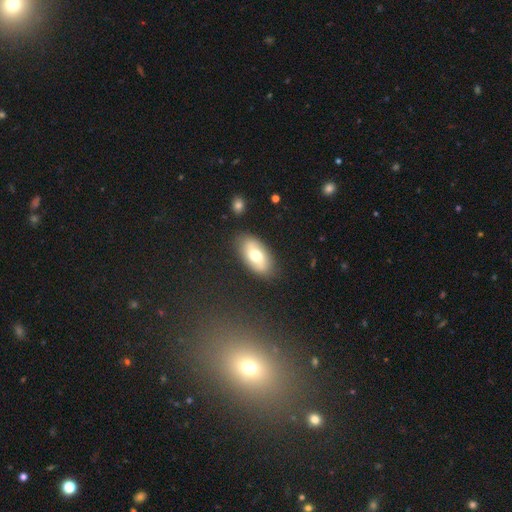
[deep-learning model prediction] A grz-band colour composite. It shows a smooth galaxy with no disk features (61%) that is in between round and cigar-shaped (93%). Merging: none (82%).